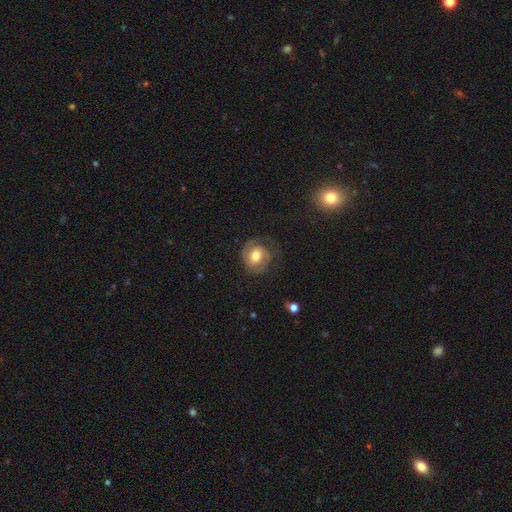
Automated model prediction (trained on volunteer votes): smooth-or-featured: featured or disk: 64% | smooth: 29% | star or artifact: 7%
  disk-edge-on: no: 97% | yes: 3%
    bar: no: 55% | weak: 35% | strong: 10%
    has-spiral-arms: yes: 88% | no: 12%
      spiral-winding: tight: 53% | medium: 35% | loose: 12%
      spiral-arm-count: 2: 62% | 1: 19% | can't tell: 13% | 3: 3% | 4: 1% | more than 4: 1%
    bulge-size: moderate: 68% | large: 15% | small: 14% | dominant: 1% | none: 1%
  merging: none: 68% | minor disturbance: 18% | major disturbance: 13% | merger: 1%